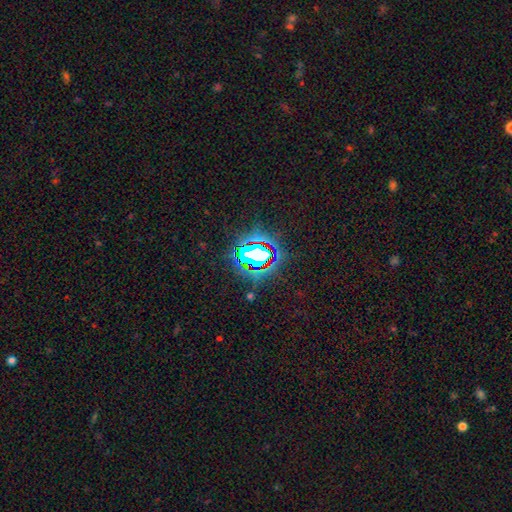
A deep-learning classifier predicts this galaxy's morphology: Smooth or featured? star or artifact (73%)